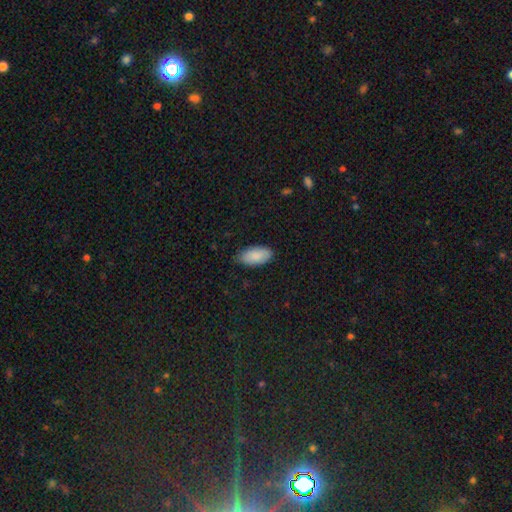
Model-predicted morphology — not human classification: Smooth or featured? Predicted: smooth (p=0.88). How rounded? Predicted: in between (p=0.94). Merging? Predicted: none (p=0.81).